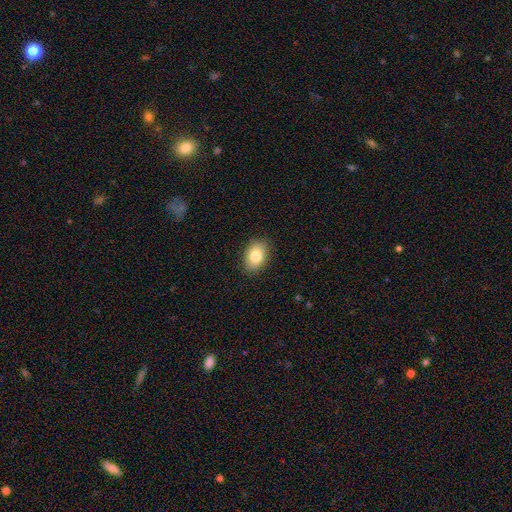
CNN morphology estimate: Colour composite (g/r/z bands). It shows a smooth galaxy with no disk features (82%) that is in between round and cigar-shaped (83%). Merging: none (88%).